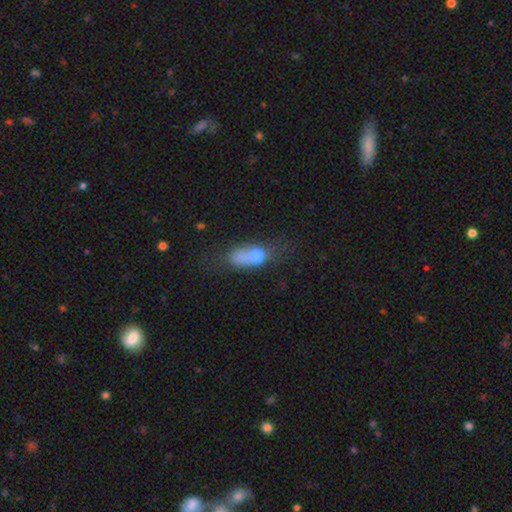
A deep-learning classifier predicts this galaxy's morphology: This is likely a smooth galaxy (63%). How rounded: likely in between (63%). Merging: marginally merger (34%).